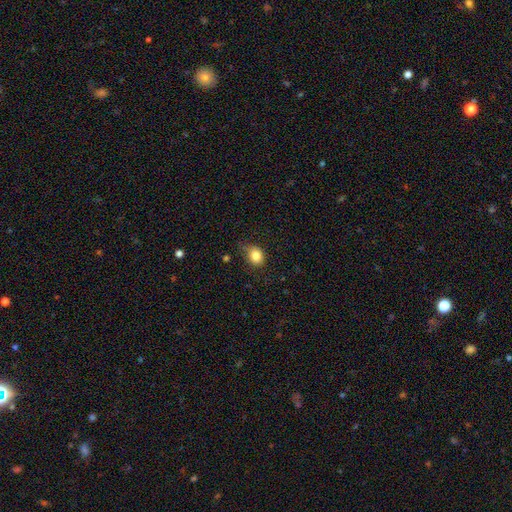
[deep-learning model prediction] Smooth or featured: smooth — 83% (star or artifact — 10%)
How rounded: round — 60% (in between — 39%)
Merging: none — 65% (minor disturbance — 27%)